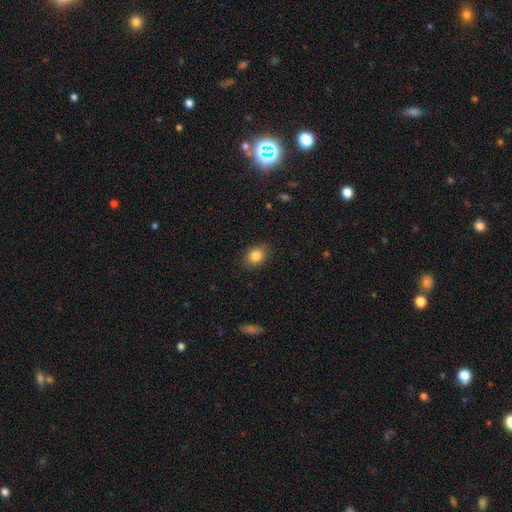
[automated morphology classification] Smooth or featured: smooth — 84% (star or artifact — 9%)
How rounded: in between — 61% (round — 38%)
Merging: none — 86% (minor disturbance — 11%)